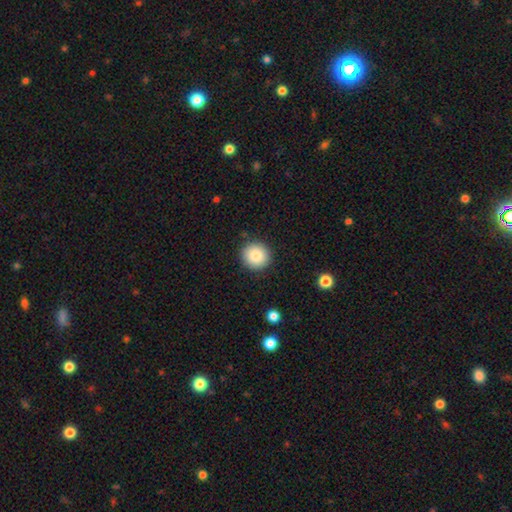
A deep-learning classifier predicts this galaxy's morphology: type=smooth (86%); roundness=round (91%); merging=none (91%).